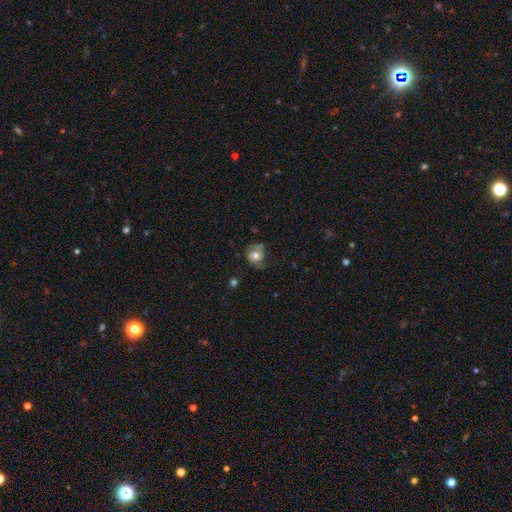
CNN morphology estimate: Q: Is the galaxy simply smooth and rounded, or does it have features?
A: smooth — 63%.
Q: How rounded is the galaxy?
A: round — 71%.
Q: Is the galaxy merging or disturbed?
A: none — 48%.